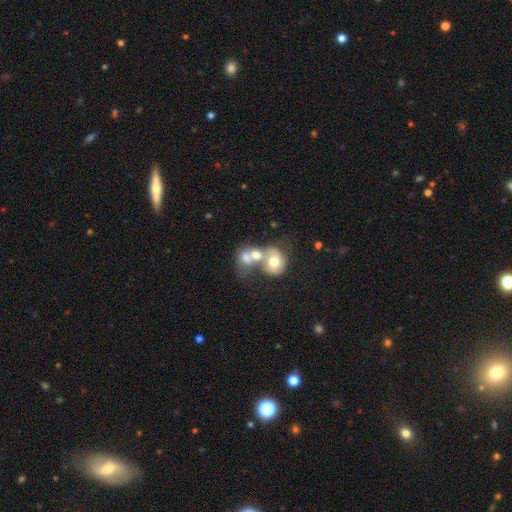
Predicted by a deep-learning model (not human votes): Overall: smooth (53%; featured or disk 35%). How rounded: round (61%; in between 38%). Merging: merger (74%).